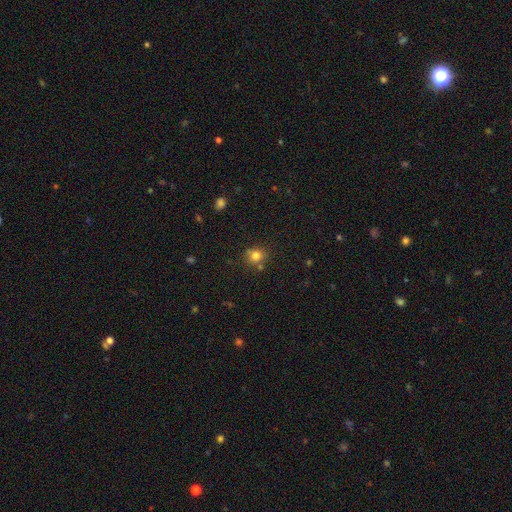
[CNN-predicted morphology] A smooth galaxy with no disk features (78%) that is round (83%). Merging: none (73%).